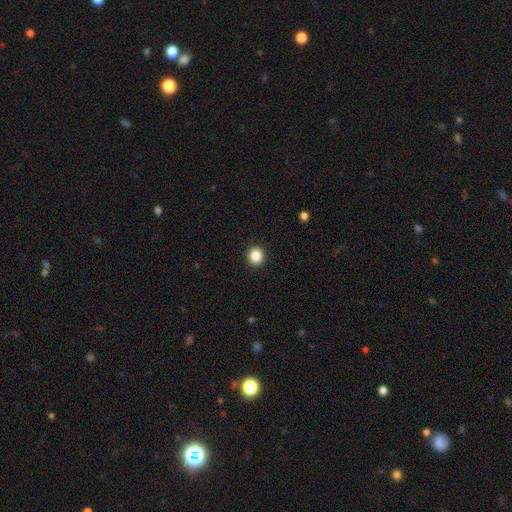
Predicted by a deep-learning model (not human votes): Smooth or featured?
  - smooth: 87% *
  - star or artifact: 10%
  - featured or disk: 3%
How rounded?
  - round: 87% *
  - in between: 12%
  - cigar-shaped: 1%
Merging?
  - none: 92% *
  - minor disturbance: 5%
  - major disturbance: 2%
  - merger: 1%